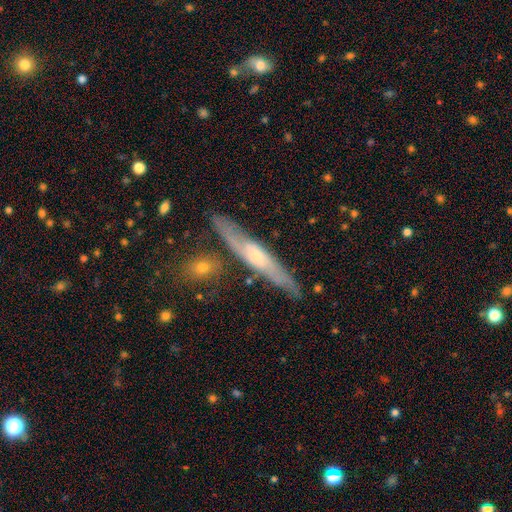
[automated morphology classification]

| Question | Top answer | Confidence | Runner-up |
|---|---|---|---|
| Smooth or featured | featured or disk | 67% | smooth (27%) |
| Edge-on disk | yes | 80% | no (20%) |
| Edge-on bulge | rounded | 60% | none (31%) |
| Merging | none | 79% | minor disturbance (13%) |